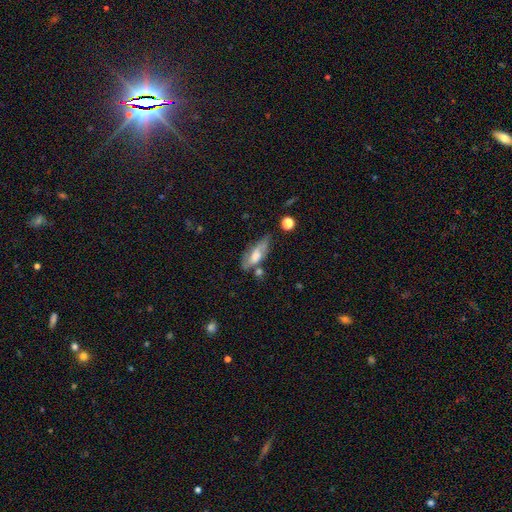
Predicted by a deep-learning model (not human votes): Smooth or featured? smooth (49%)
Merging? none (48%)